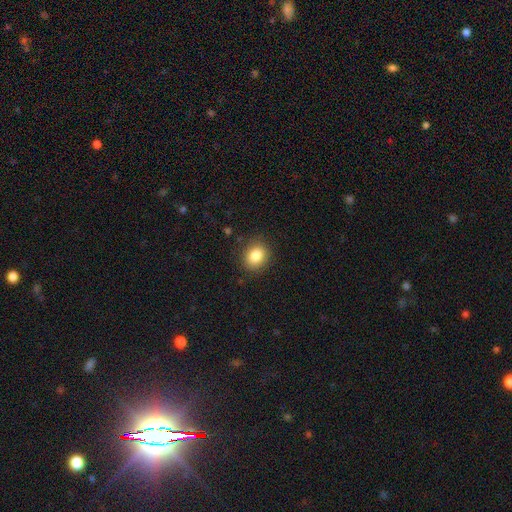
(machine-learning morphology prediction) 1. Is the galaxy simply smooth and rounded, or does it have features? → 85% smooth, 9% star or artifact, 6% featured or disk.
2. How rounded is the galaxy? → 61% round, 38% in between, 1% cigar-shaped.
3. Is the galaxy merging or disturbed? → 87% none, 9% minor disturbance, 3% major disturbance, 1% merger.